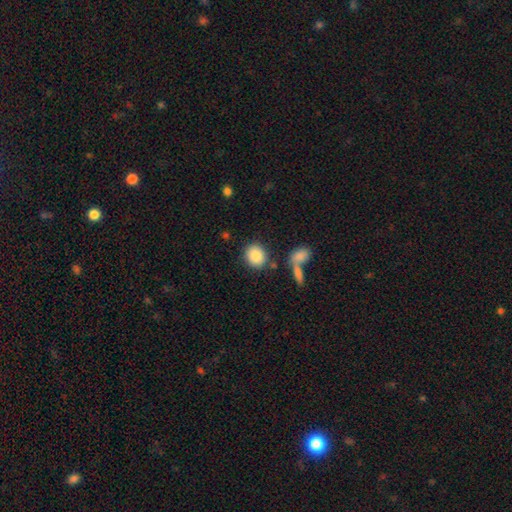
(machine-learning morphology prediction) A smooth galaxy with no disk features (87%) that is round (68%). Merging: none (78%).